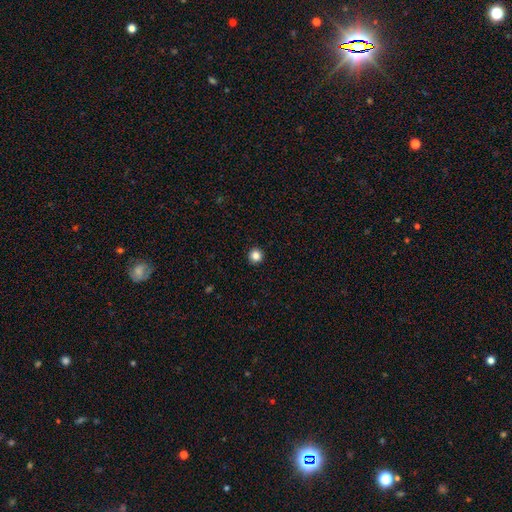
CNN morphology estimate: Overall: smooth (84%). How rounded: round (95%). Merging: none (94%).